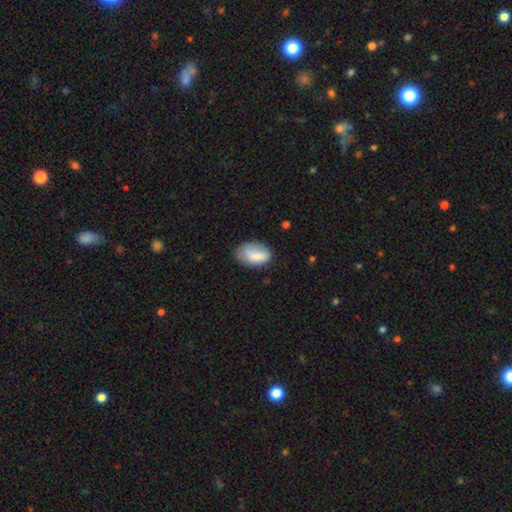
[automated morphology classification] Overall: smooth (80%). How rounded: in between (91%). Merging: none (61%; minor disturbance 28%).